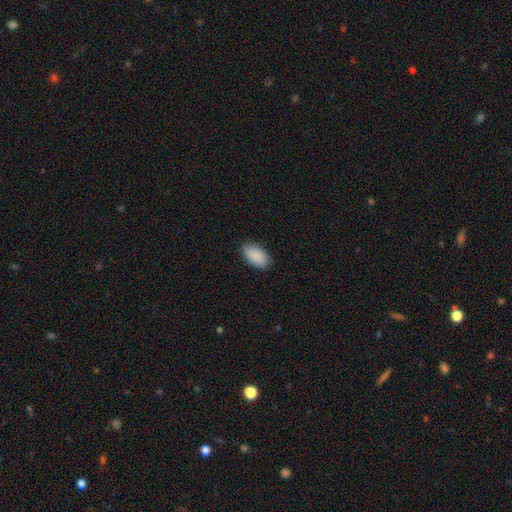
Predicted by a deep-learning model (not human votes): Smooth or featured? Predicted: smooth (p=0.90). How rounded? Predicted: in between (p=0.95). Merging? Predicted: none (p=0.84).